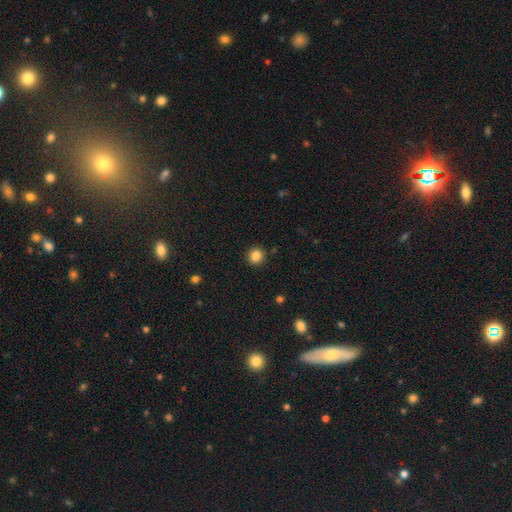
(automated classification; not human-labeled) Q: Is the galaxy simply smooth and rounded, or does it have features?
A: smooth — 84%.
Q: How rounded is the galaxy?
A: round — 93%.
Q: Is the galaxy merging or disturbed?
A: none — 92%.